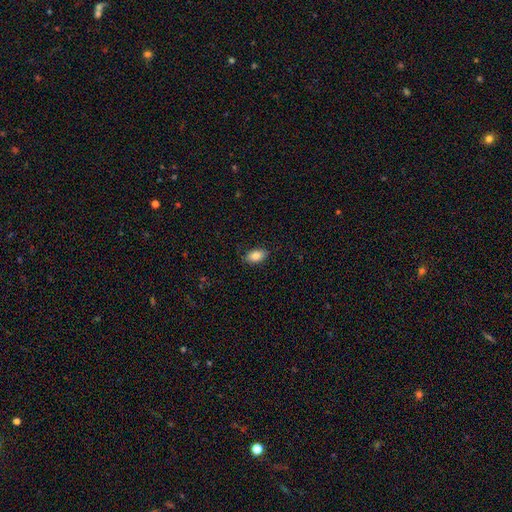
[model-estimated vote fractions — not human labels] Overall: smooth (83%). How rounded: in between (90%). Merging: none (84%).